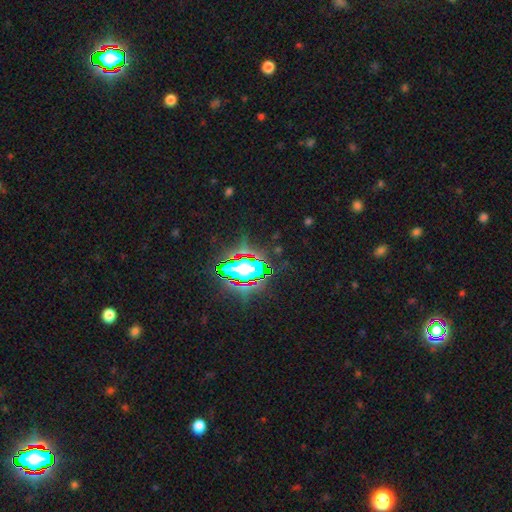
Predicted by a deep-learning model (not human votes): This is likely a star or artifact rather than a galaxy (78%).